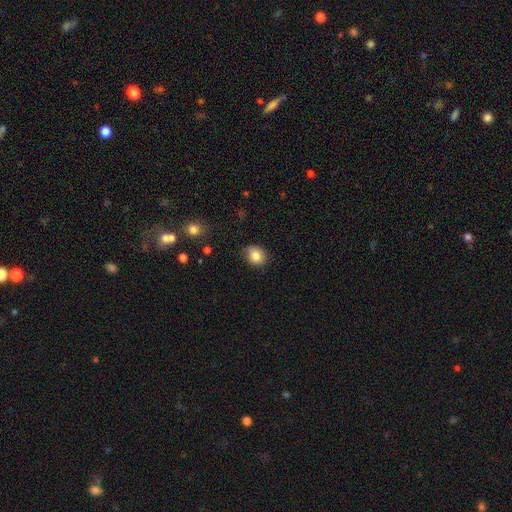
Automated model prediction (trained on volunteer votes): Morphology: type=smooth (83%); roundness=round (62%); merging=none (78%).